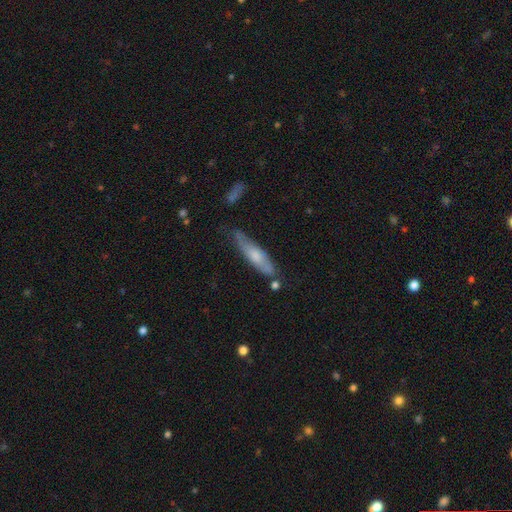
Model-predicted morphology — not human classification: The model was most divided on "smooth or featured": smooth: 54%, featured or disk: 40%, star or artifact: 6%. More confident: how rounded — cigar-shaped (77%); merging — none (60%).